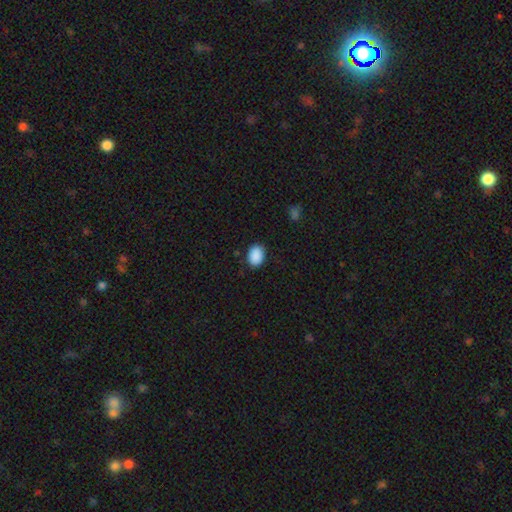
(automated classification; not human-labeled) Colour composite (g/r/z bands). It shows a smooth galaxy with no disk features (90%) that is in between round and cigar-shaped (73%). Merging: none (85%).